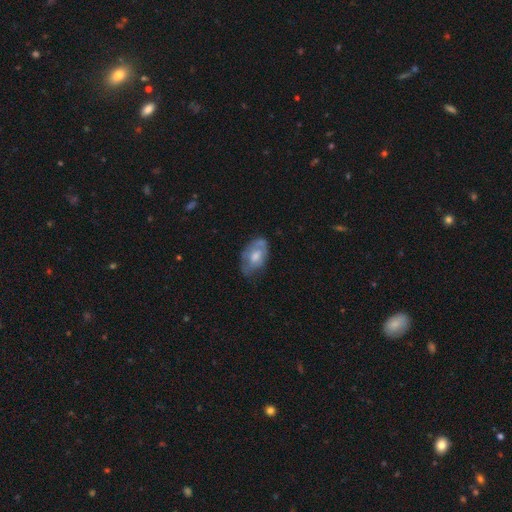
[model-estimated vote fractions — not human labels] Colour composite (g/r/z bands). It shows a smooth galaxy with no disk features (51%) that is in between round and cigar-shaped (91%). Merging: none (50%).